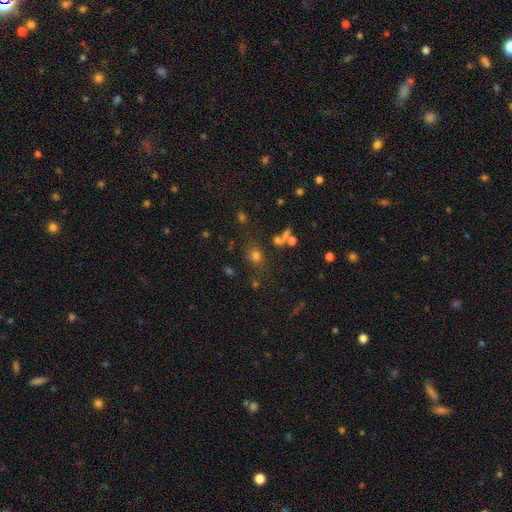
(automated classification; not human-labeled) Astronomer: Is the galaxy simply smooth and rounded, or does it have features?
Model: smooth — 64%.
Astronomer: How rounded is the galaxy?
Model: round — 69%.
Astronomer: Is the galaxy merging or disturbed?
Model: none — 73%.